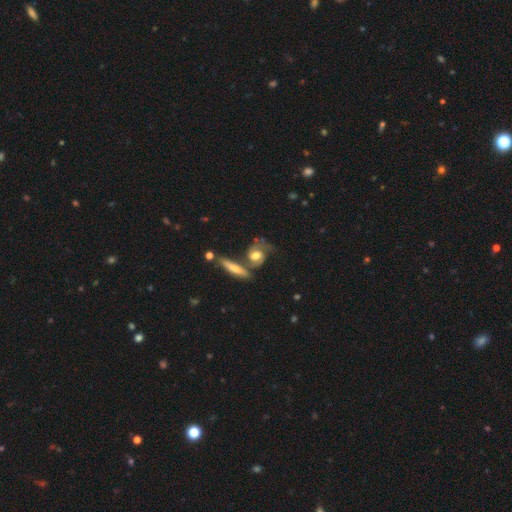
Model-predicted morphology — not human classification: Overall: featured or disk (56%; smooth 37%). Edge-on disk: no (86%). Merging: none (41%; merger 26%).